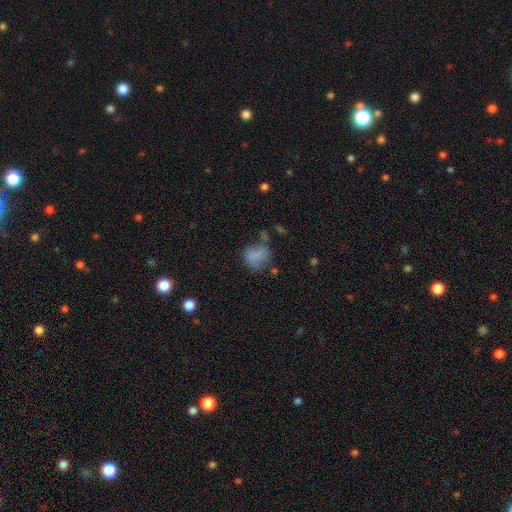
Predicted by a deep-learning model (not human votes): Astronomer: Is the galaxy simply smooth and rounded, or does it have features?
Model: smooth — 69%.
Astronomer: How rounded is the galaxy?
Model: round — 50% (runner-up: in between, 48%).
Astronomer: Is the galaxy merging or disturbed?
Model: none — 41% (runner-up: minor disturbance, 26%).